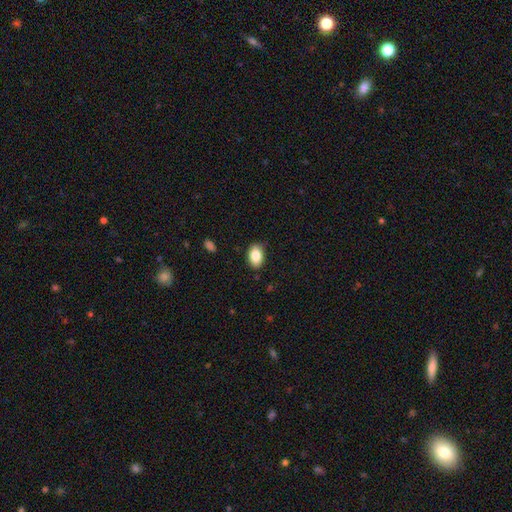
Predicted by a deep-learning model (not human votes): Smooth or featured?
  - smooth: 84% *
  - featured or disk: 8%
  - star or artifact: 8%
How rounded?
  - in between: 88% *
  - round: 10%
  - cigar-shaped: 1%
Merging?
  - none: 83% *
  - minor disturbance: 13%
  - major disturbance: 2%
  - merger: 1%